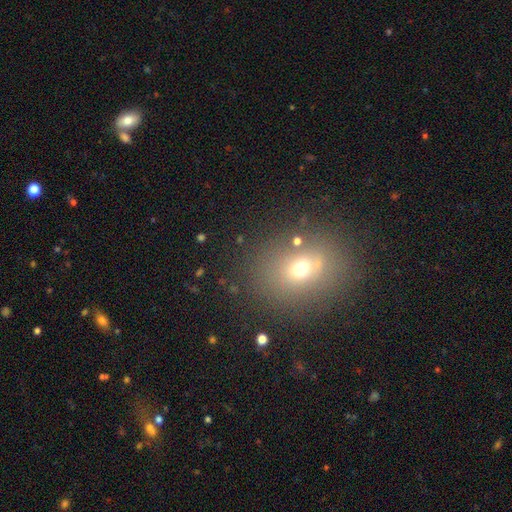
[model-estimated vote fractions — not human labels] A smooth galaxy with no disk features (58%) that is round (50%). Merging: none (82%).